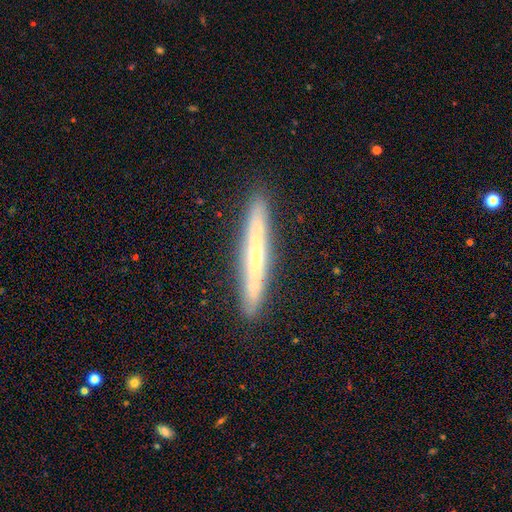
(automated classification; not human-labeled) Smooth or featured: featured or disk — 58% (smooth — 35%)
Edge-on disk: yes — 92% (no — 8%)
Edge-on bulge: none — 55% (rounded — 39%)
Merging: none — 90% (minor disturbance — 7%)